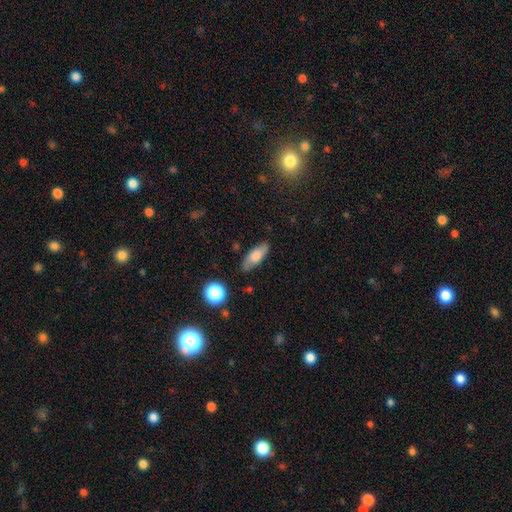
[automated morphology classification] type=smooth (72%); roundness=in between (71%); merging=none (80%).